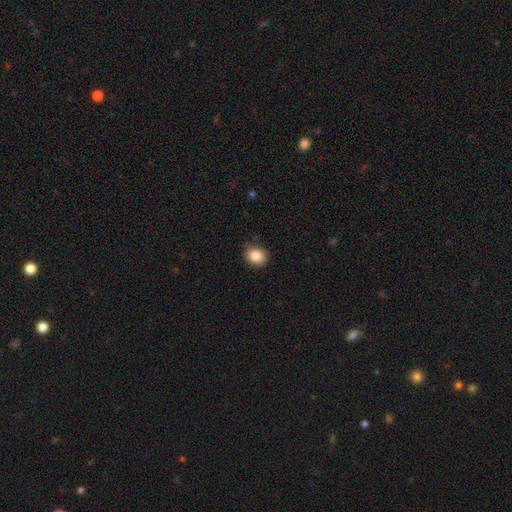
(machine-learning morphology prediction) smooth 87%, star or artifact 9%, featured or disk 5%. Down the decision tree: how rounded — round (54%); merging — none (82%).